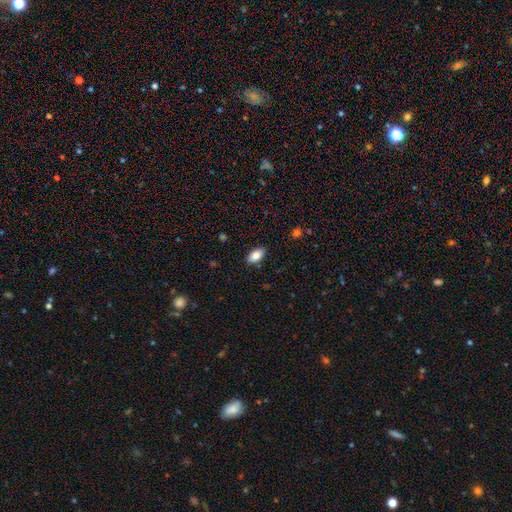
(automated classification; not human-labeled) Smooth or featured: smooth — 85% (featured or disk — 8%)
How rounded: in between — 94% (round — 4%)
Merging: none — 88% (minor disturbance — 9%)